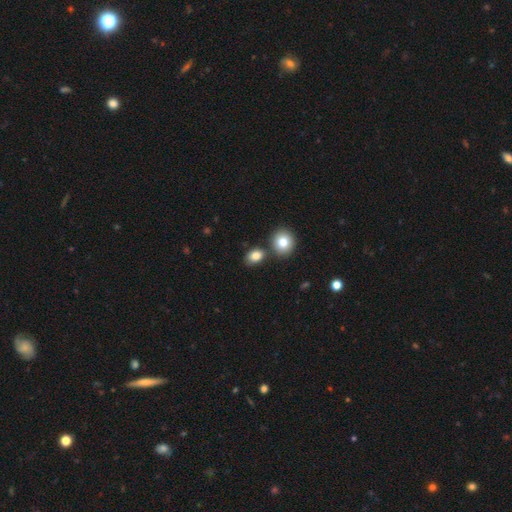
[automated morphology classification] This is clearly a smooth galaxy (85%). How rounded: likely in between (66%). Merging: likely none (68%).